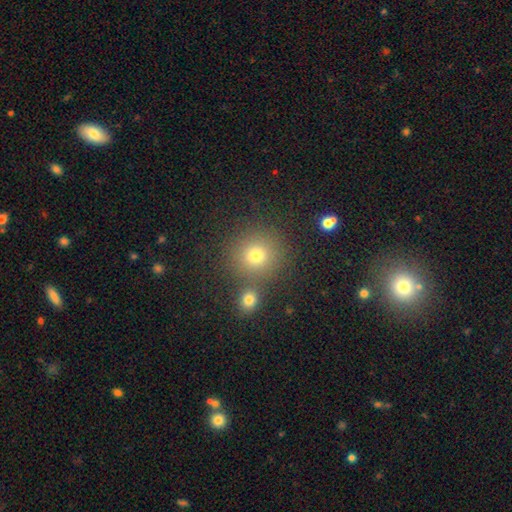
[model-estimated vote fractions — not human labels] This appears to be a smooth galaxy with no disk features (75%) that is round (91%). Merging: none (75%).